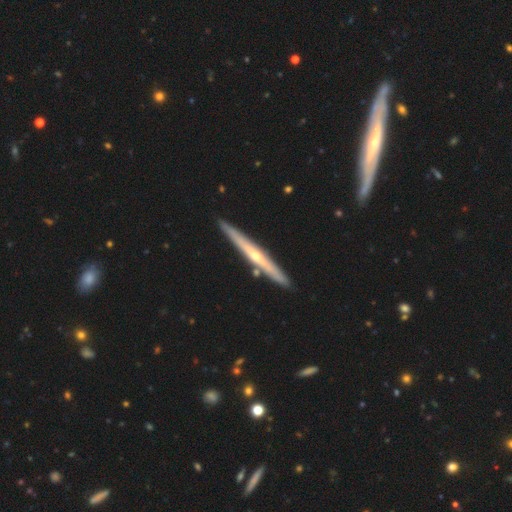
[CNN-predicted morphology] Smooth or featured? Predicted: featured or disk (p=0.76). Edge-on disk? Predicted: yes (p=0.96). Edge-on bulge? Predicted: rounded (p=0.71). Merging? Predicted: none (p=0.89).